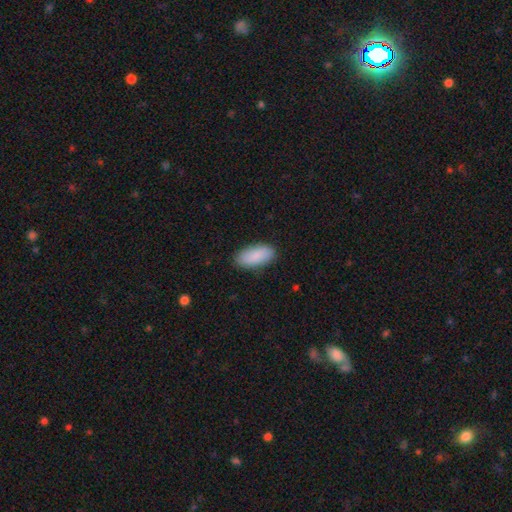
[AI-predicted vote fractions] A smooth galaxy with no disk features (89%) that is in between round and cigar-shaped (90%). Merging: none (87%).